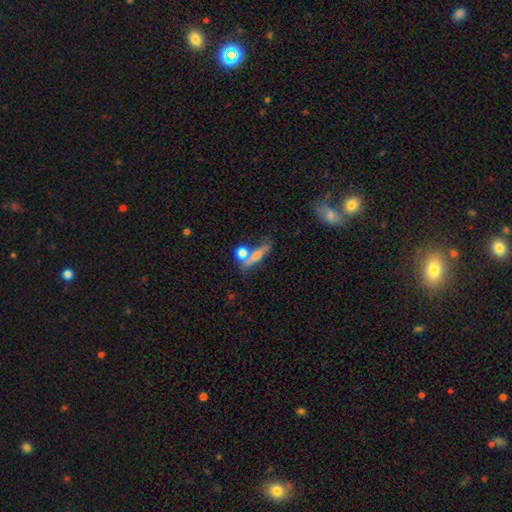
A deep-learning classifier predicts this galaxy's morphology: This is possibly a smooth galaxy (52%). How rounded: possibly cigar-shaped (59%). Merging: possibly none (51%).